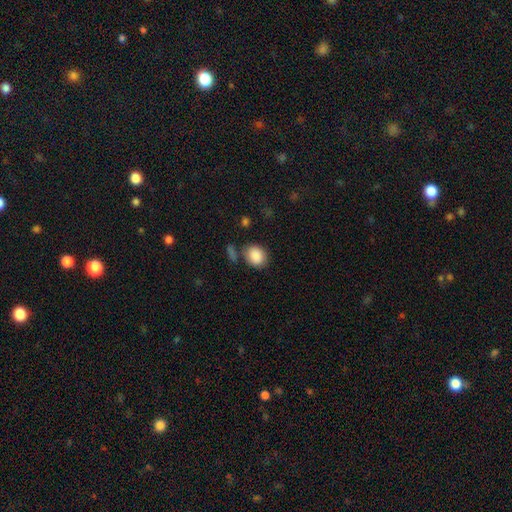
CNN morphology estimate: The model was most divided on "how rounded": round: 52%, in between: 47%, cigar-shaped: 1%. More confident: smooth or featured — smooth (88%); merging — none (71%).